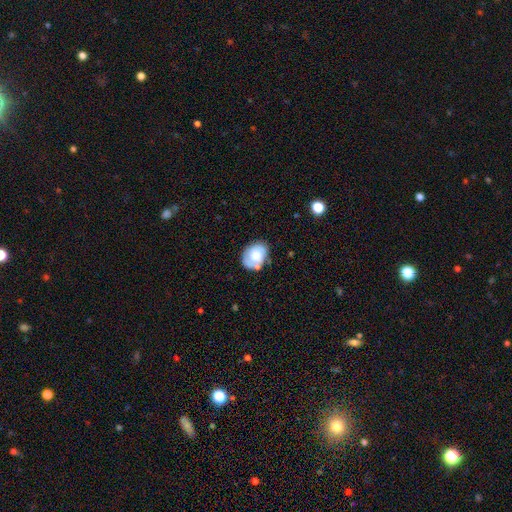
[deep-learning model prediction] The model was most divided on "merging": none: 62%, minor disturbance: 24%, major disturbance: 7%, merger: 7%. More confident: how rounded — in between (69%); smooth or featured — smooth (67%).